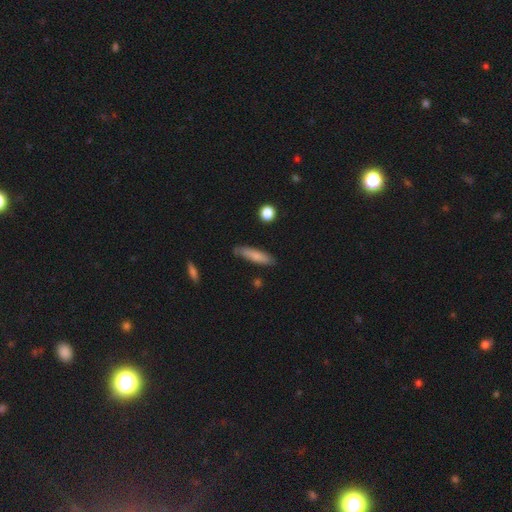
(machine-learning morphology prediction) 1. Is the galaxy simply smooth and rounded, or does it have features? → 77% smooth, 17% featured or disk, 6% star or artifact.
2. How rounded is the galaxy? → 80% cigar-shaped, 18% in between, 2% round.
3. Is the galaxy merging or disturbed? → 78% none, 16% minor disturbance, 3% major disturbance, 2% merger.